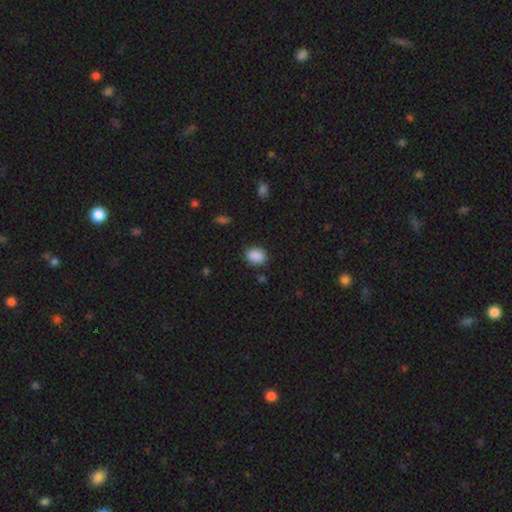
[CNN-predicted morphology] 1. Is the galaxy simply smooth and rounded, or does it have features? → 88% smooth, 9% star or artifact, 3% featured or disk.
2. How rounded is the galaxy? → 55% in between, 44% round, 1% cigar-shaped.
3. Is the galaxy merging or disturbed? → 84% none, 11% minor disturbance, 3% major disturbance, 2% merger.